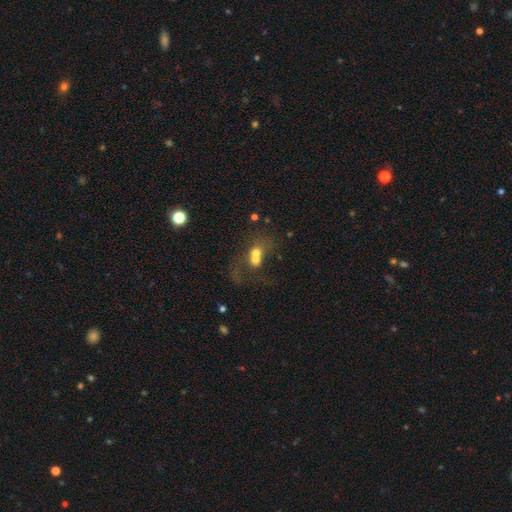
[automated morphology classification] Smooth or featured? smooth (54%)
How rounded? round (63%)
Merging? merger (71%)